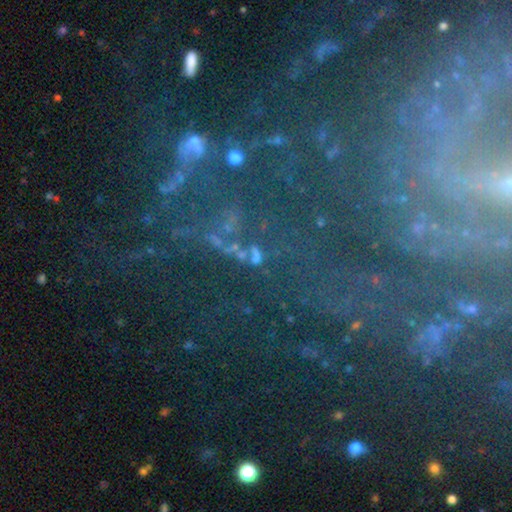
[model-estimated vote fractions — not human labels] Smooth or featured? star or artifact (62%)